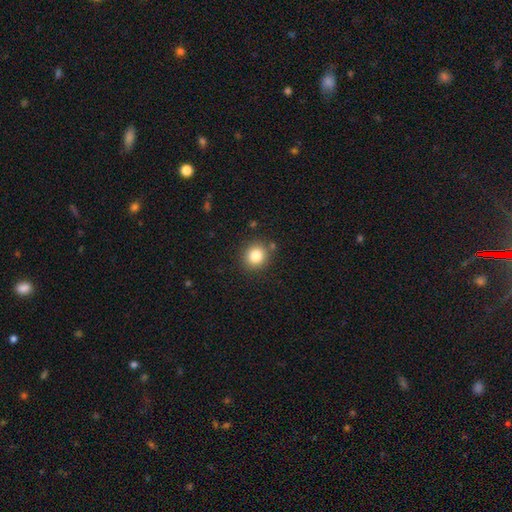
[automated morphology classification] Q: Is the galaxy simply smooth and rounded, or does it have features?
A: smooth — 82%.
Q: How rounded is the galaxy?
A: round — 87%.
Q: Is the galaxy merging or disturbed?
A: none — 86%.